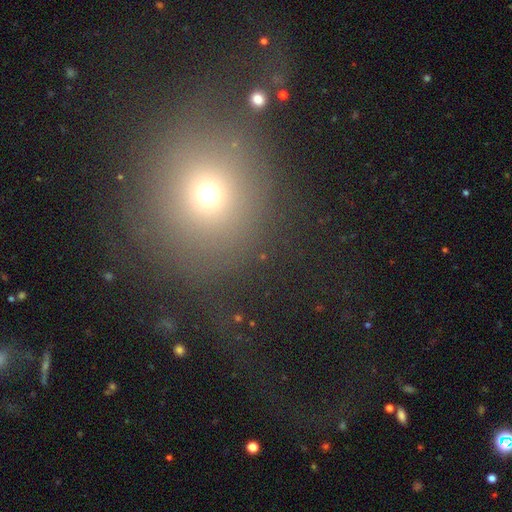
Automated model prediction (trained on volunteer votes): A smooth galaxy with no disk features (61%) that is round (88%).

Vote fractions:
- Smooth or featured? smooth: 61% / star or artifact: 24% / featured or disk: 15%
- How rounded? round: 88% / in between: 10% / cigar-shaped: 1%
- Merging? none: 49% / major disturbance: 34% / minor disturbance: 11% / merger: 5%